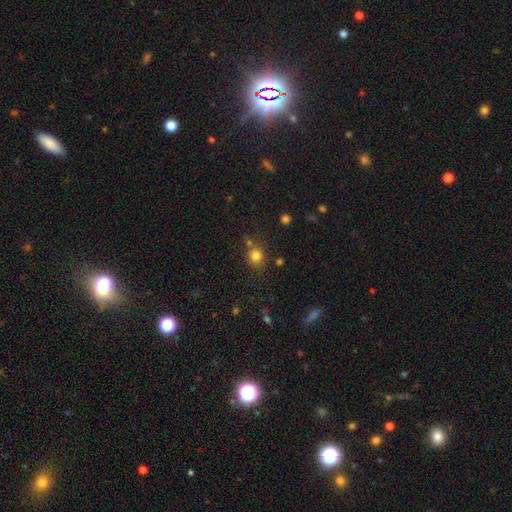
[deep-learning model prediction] Smooth or featured?
  - smooth: 80% *
  - star or artifact: 13%
  - featured or disk: 7%
How rounded?
  - round: 77% *
  - in between: 22%
  - cigar-shaped: 1%
Merging?
  - none: 71% *
  - minor disturbance: 13%
  - merger: 12%
  - major disturbance: 4%